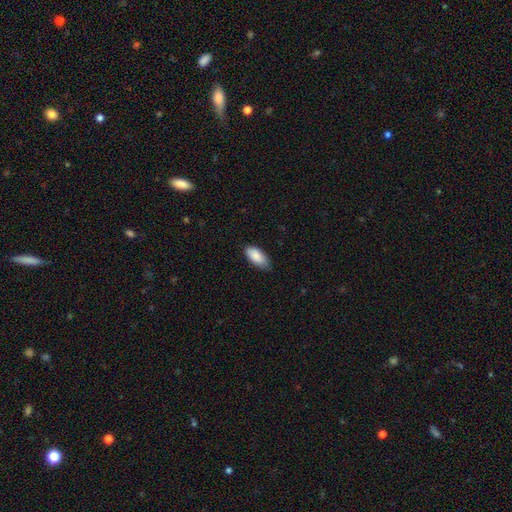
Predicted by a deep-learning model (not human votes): Smooth or featured: smooth — 88% (featured or disk — 6%)
How rounded: in between — 92% (cigar-shaped — 6%)
Merging: none — 74% (minor disturbance — 22%)